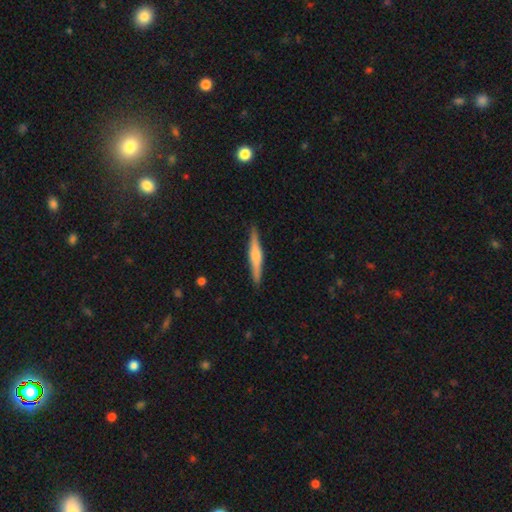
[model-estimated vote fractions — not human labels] Morphology: type=featured or disk (55%); edge-on=yes (97%); edge-on bulge=rounded (63%); merging=none (90%).